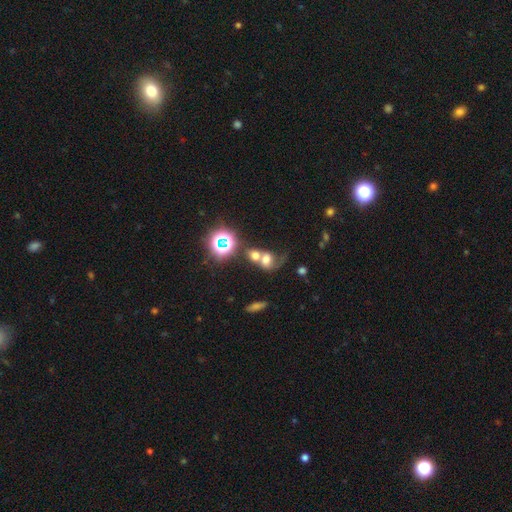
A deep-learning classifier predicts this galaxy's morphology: A smooth galaxy with no disk features (52%) that is round (53%). Merging: merger (66%).